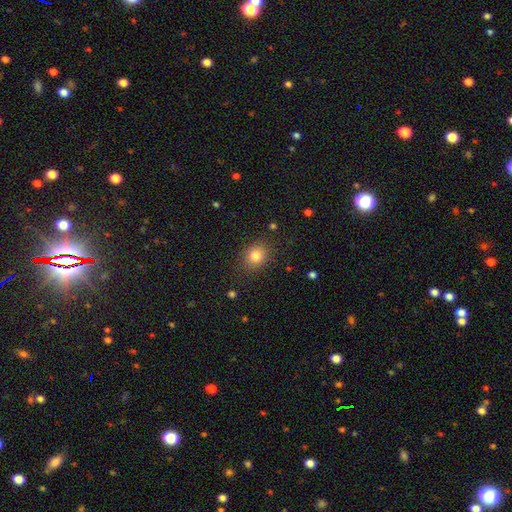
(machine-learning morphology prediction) This is clearly a smooth galaxy (81%). How rounded: likely round (68%). Merging: clearly none (85%).